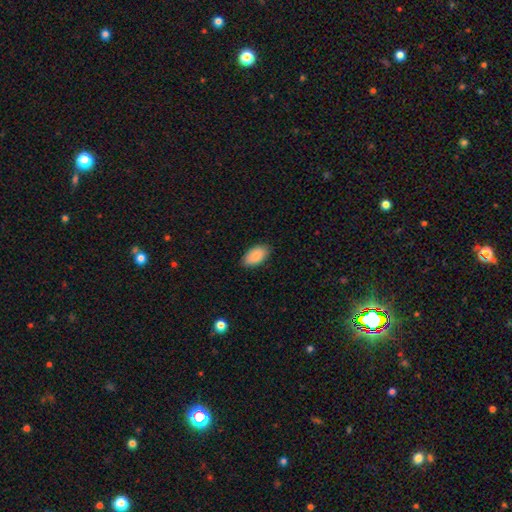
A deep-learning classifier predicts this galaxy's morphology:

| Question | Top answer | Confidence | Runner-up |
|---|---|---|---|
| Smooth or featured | smooth | 89% | star or artifact (6%) |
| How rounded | in between | 95% | round (3%) |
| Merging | none | 86% | minor disturbance (11%) |